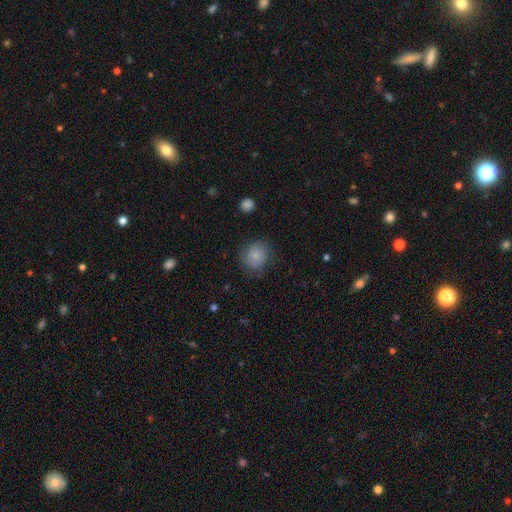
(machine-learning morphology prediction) A smooth galaxy with no disk features (79%) that is round (80%).

Vote fractions:
- Smooth or featured? smooth: 79% / featured or disk: 13% / star or artifact: 8%
- How rounded? round: 80% / in between: 20% / cigar-shaped: 1%
- Merging? none: 76% / minor disturbance: 17% / major disturbance: 6% / merger: 1%